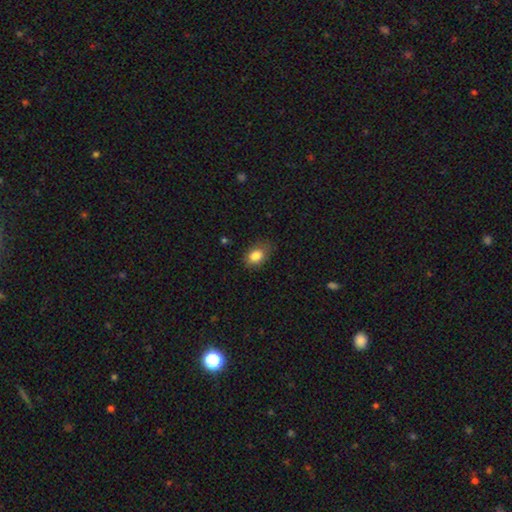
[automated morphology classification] Smooth or featured?
  - smooth: 83% *
  - star or artifact: 9%
  - featured or disk: 8%
How rounded?
  - in between: 75% *
  - round: 23%
  - cigar-shaped: 1%
Merging?
  - none: 71% *
  - minor disturbance: 22%
  - major disturbance: 5%
  - merger: 1%